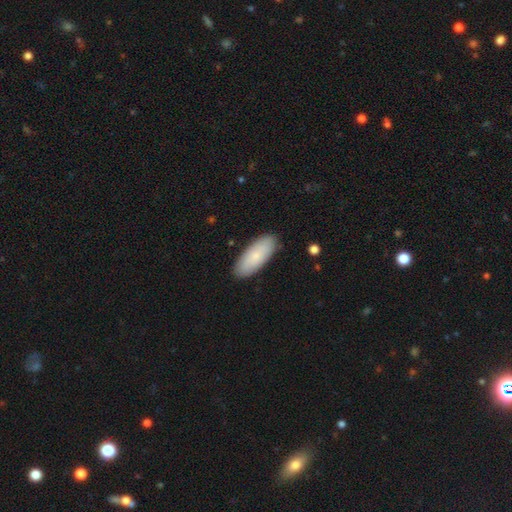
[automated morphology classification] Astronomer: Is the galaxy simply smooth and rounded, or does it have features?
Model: smooth — 81%.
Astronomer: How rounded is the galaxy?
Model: in between — 80%.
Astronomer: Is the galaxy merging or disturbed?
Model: none — 88%.